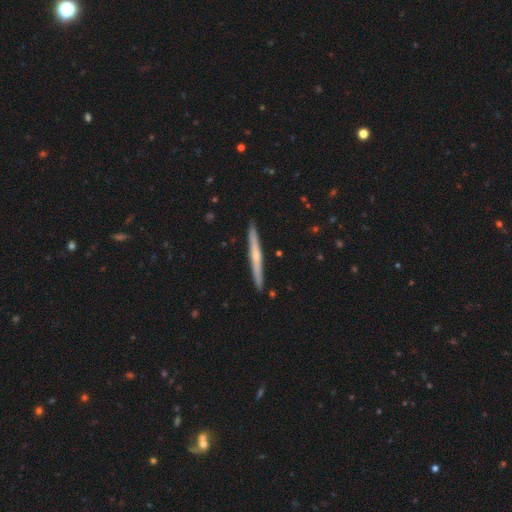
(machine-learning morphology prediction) Smooth or featured: featured or disk — 58% (smooth — 37%)
Edge-on disk: yes — 97% (no — 3%)
Edge-on bulge: rounded — 54% (none — 42%)
Merging: none — 92% (minor disturbance — 6%)